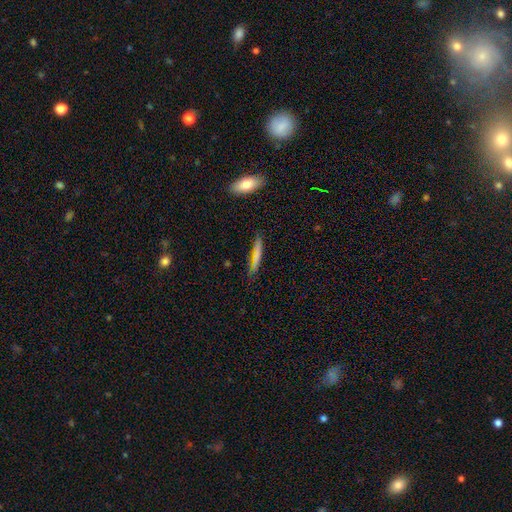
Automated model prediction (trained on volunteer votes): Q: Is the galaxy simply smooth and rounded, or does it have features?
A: smooth — 72%.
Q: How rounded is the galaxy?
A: cigar-shaped — 92%.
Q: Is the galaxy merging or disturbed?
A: none — 84%.